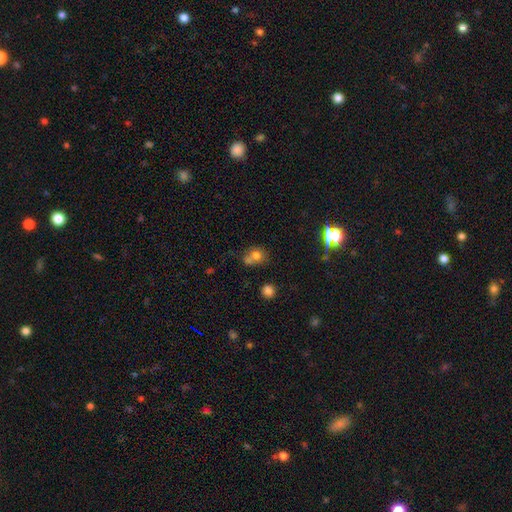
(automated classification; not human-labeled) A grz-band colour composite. It shows a smooth galaxy with no disk features (72%) that is round (71%). Merging: merger (47%).